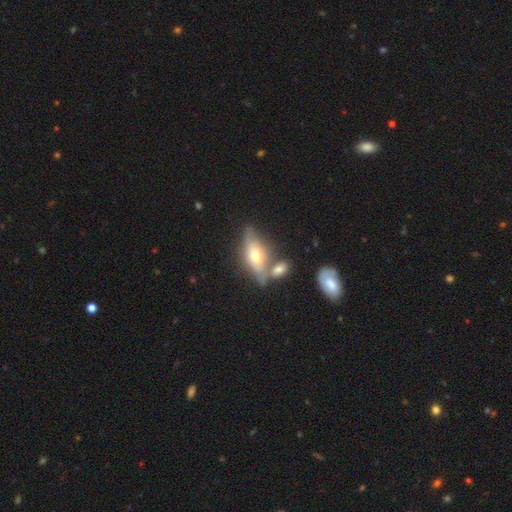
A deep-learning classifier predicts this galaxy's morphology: Overall: featured or disk (46%, tied with smooth). Merging: none (53%; merger 25%).